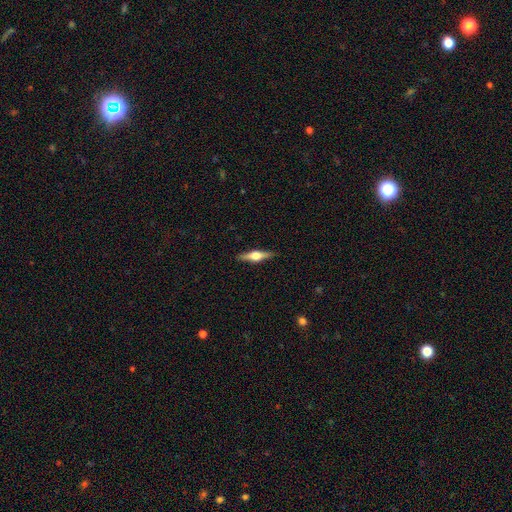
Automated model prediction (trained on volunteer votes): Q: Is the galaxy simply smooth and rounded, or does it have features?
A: featured or disk — 68%.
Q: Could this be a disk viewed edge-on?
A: yes — 97%.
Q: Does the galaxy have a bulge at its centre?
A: rounded — 94%.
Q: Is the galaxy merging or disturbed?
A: none — 90%.